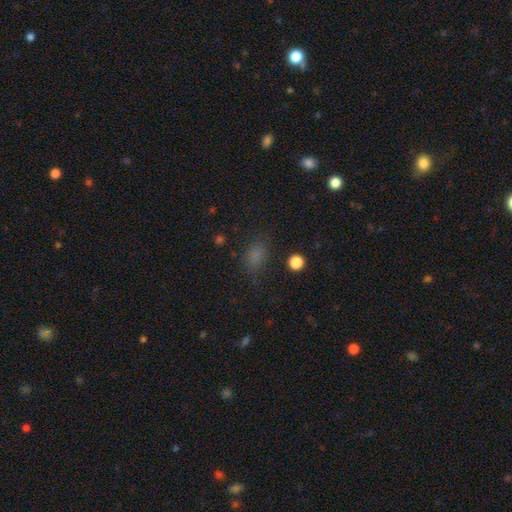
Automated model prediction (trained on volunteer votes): Smooth or featured? smooth (76%)
How rounded? in between (71%)
Merging? none (74%)